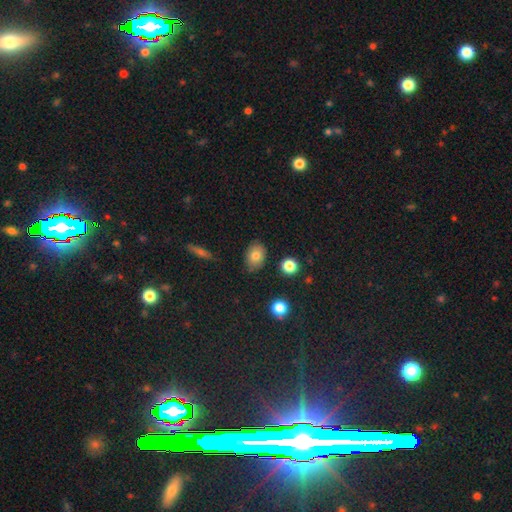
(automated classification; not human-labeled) Q: Smooth or featured?
A: smooth (79%); runner-up: featured or disk (12%)
Q: How rounded?
A: in between (75%); runner-up: round (23%)
Q: Merging?
A: none (79%); runner-up: minor disturbance (16%)